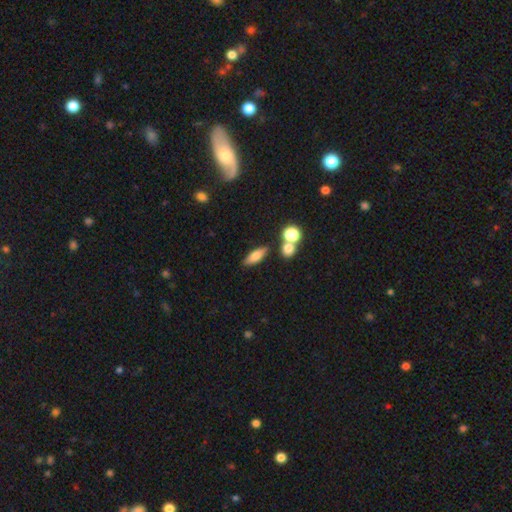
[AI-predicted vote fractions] Smooth or featured?
  - smooth: 74% *
  - featured or disk: 16%
  - star or artifact: 10%
How rounded?
  - in between: 61% *
  - cigar-shaped: 32%
  - round: 7%
Merging?
  - none: 77% *
  - minor disturbance: 10%
  - merger: 10%
  - major disturbance: 3%